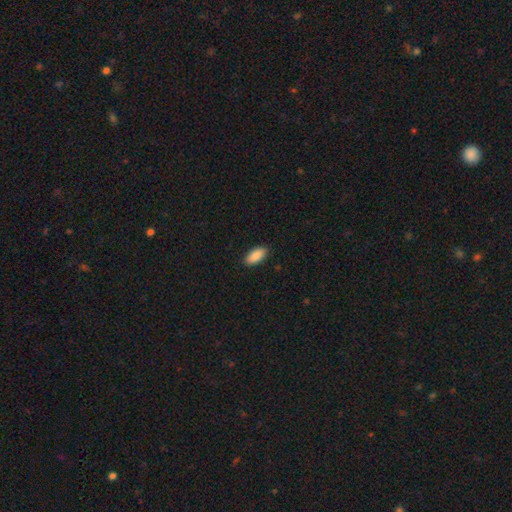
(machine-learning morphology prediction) This appears to be a smooth galaxy with no disk features (89%) that is in between round and cigar-shaped (89%). Merging: none (89%).